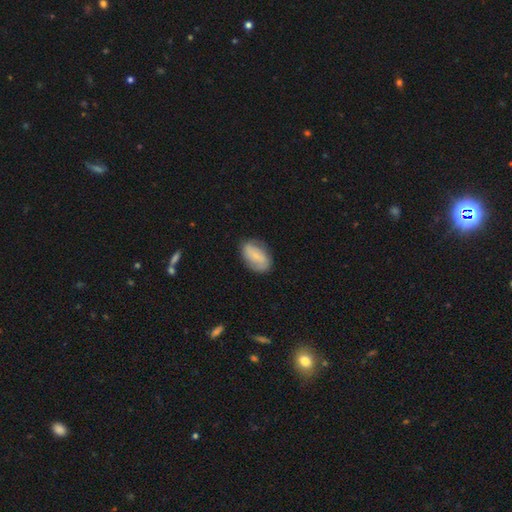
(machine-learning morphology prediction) The model was most divided on "smooth or featured": smooth: 55%, featured or disk: 38%, star or artifact: 7%. More confident: how rounded — in between (90%); merging — none (79%).